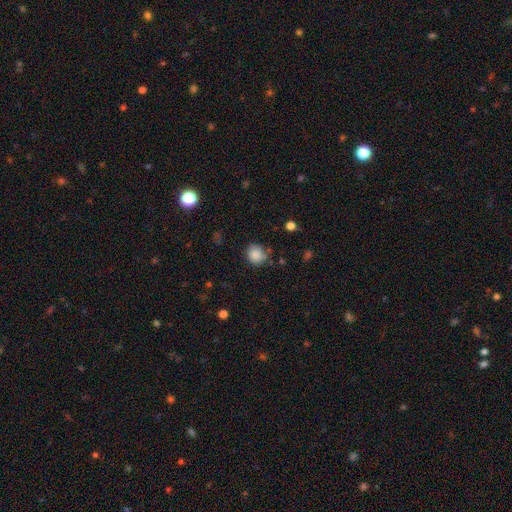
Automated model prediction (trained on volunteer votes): smooth 86%, star or artifact 9%, featured or disk 5%. Down the decision tree: how rounded — round (84%); merging — none (73%).